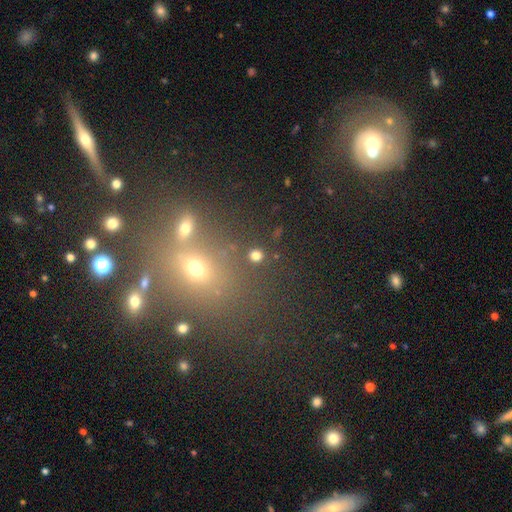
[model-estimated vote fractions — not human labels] Smooth or featured: smooth — 77% (star or artifact — 17%)
How rounded: round — 86% (in between — 13%)
Merging: none — 86% (minor disturbance — 6%)